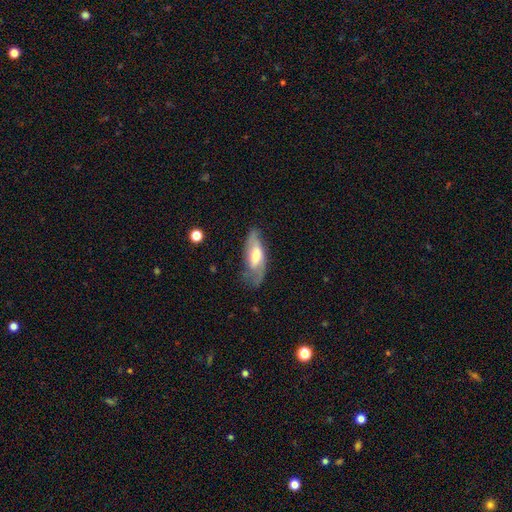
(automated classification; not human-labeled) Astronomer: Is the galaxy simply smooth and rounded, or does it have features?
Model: featured or disk — 57% (runner-up: smooth, 37%).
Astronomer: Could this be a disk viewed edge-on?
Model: no — 78%.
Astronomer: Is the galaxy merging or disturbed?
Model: none — 62%.